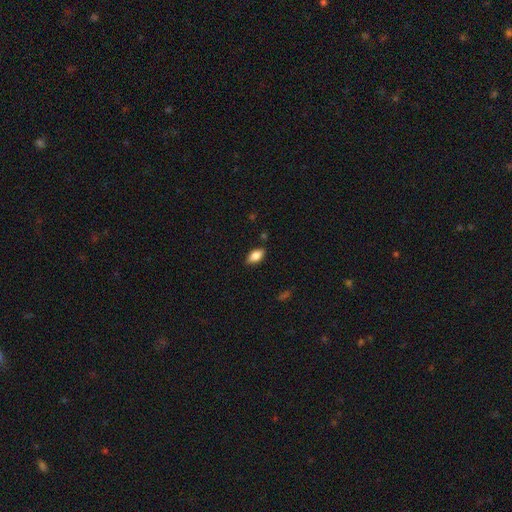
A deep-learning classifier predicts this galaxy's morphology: The model was most divided on "smooth or featured": smooth: 77%, featured or disk: 15%, star or artifact: 7%. More confident: how rounded — in between (88%); merging — none (85%).